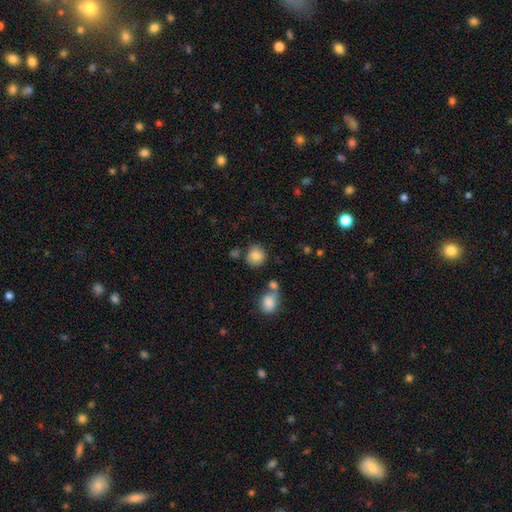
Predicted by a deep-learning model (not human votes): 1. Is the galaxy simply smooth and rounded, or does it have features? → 83% smooth, 9% star or artifact, 8% featured or disk.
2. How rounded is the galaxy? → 86% round, 13% in between, 1% cigar-shaped.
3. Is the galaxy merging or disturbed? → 74% none, 13% minor disturbance, 9% merger, 4% major disturbance.